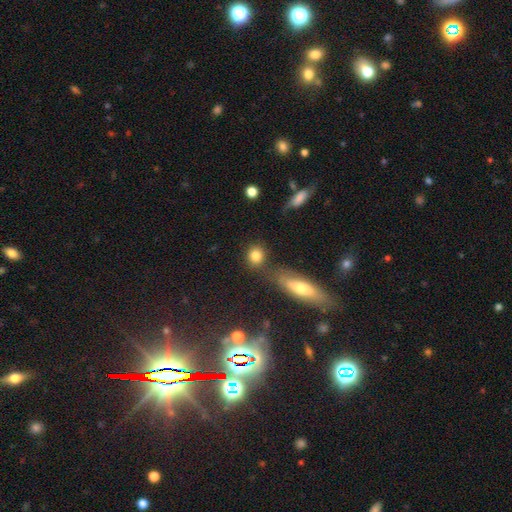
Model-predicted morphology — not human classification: Smooth or featured? Predicted: smooth (p=0.83). How rounded? Predicted: round (p=0.74). Merging? Predicted: none (p=0.72).